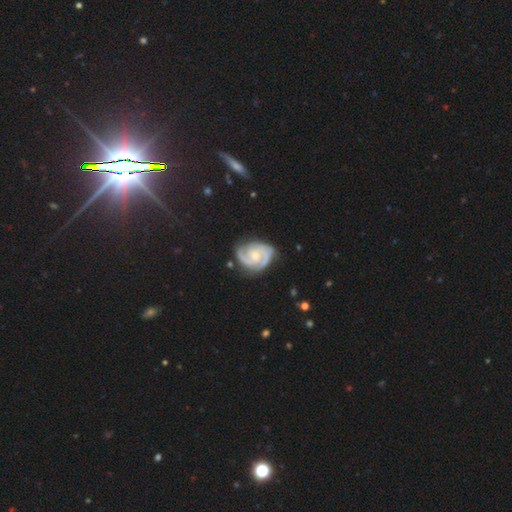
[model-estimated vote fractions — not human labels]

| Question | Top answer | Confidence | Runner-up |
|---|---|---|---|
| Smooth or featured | featured or disk | 90% | smooth (6%) |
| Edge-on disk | no | 98% | yes (2%) |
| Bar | no | 60% | weak (34%) |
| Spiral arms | yes | 98% | no (2%) |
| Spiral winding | tight | 54% | medium (40%) |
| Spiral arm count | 2 | 77% | 3 (12%) |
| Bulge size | small | 52% | moderate (41%) |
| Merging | none | 74% | minor disturbance (19%) |